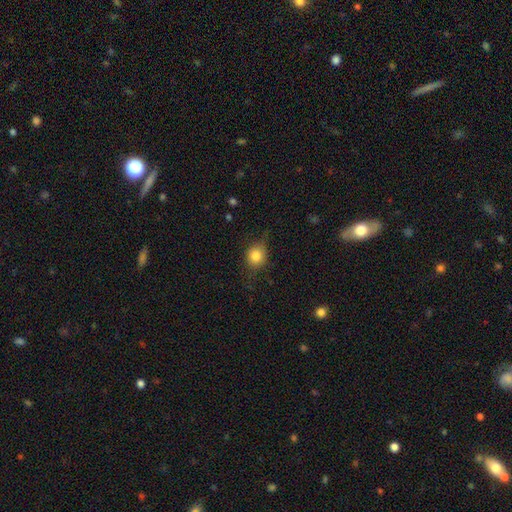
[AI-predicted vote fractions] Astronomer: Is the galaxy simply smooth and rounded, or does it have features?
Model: smooth — 80%.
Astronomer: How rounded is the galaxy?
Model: round — 73%.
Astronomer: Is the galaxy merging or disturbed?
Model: none — 69%.